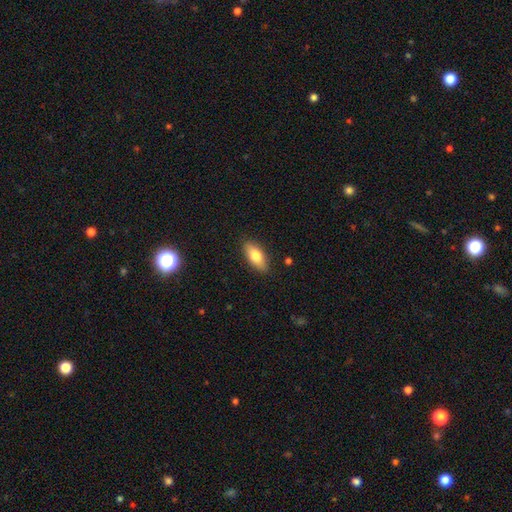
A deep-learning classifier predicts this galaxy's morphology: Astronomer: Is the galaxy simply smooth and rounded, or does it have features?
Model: smooth — 76%.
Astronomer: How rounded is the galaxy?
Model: in between — 83%.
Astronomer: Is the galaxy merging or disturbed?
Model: none — 86%.